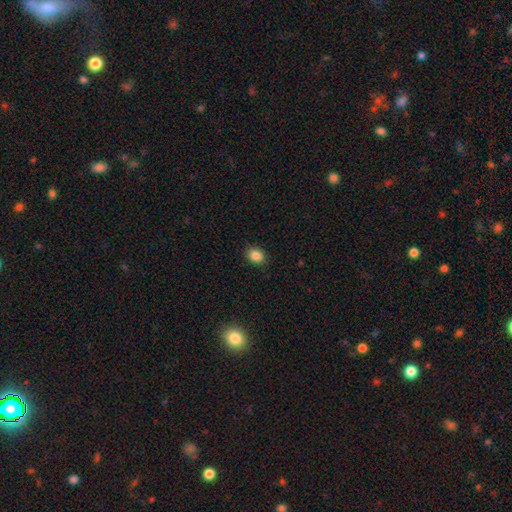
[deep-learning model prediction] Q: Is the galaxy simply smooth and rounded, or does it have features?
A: smooth — 85%.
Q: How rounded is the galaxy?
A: in between — 54%.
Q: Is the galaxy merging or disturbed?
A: none — 89%.